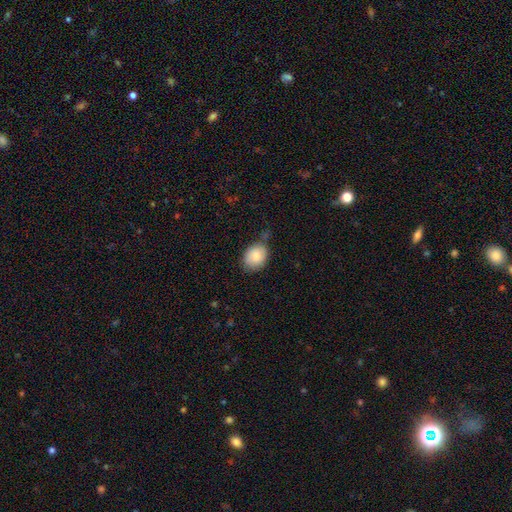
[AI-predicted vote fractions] The model was most divided on "how rounded": in between: 60%, round: 39%, cigar-shaped: 1%. More confident: smooth or featured — smooth (84%); merging — none (64%).